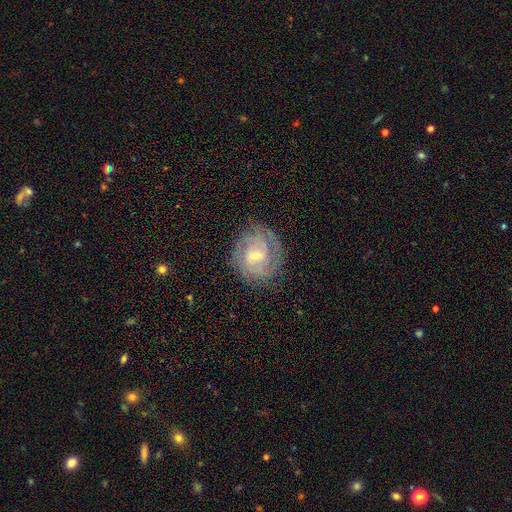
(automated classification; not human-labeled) This is likely a featured or disk galaxy (79%). It is clearly not viewed edge-on (97%). Bar: possibly weak (50%). Spiral arm pattern: clearly yes (92%). Spiral arm count: marginally can't tell (35%). Spiral winding: likely tight (69%). Central bulge: possibly small (55%). Merging: likely none (79%).